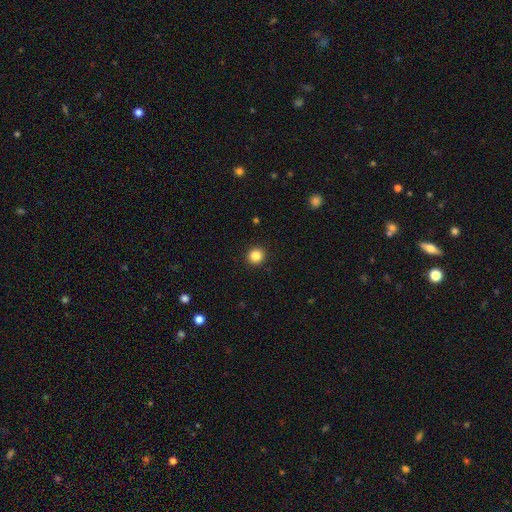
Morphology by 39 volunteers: A smooth galaxy with no disk features (90%) that is round (100%).

Vote fractions:
- Smooth or featured? smooth: 90% / featured or disk: 5% / star or artifact: 5%
- How rounded? round: 100% / in between: 0% / cigar-shaped: 0%
- Merging? none: 95% / minor disturbance: 5% / major disturbance: 0% / merger: 0%